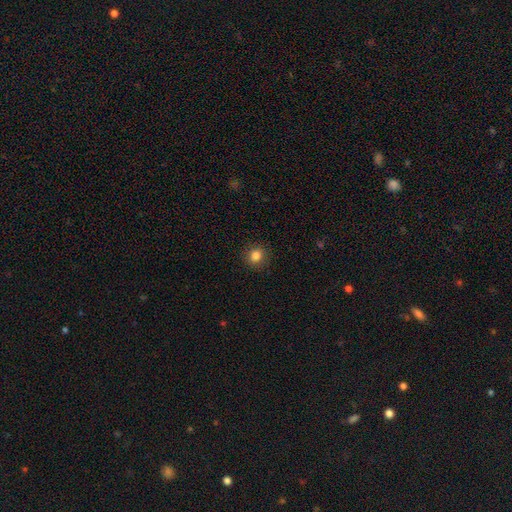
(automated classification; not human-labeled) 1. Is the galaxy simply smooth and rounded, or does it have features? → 84% smooth, 11% star or artifact, 5% featured or disk.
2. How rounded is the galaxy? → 82% round, 17% in between, 1% cigar-shaped.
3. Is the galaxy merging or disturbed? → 90% none, 7% minor disturbance, 2% major disturbance, 1% merger.